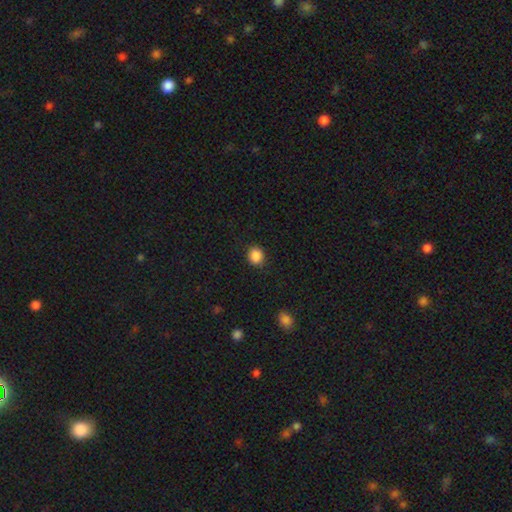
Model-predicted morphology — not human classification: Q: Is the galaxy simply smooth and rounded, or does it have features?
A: smooth — 88%.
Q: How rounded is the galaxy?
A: round — 78%.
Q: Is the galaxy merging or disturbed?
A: none — 88%.